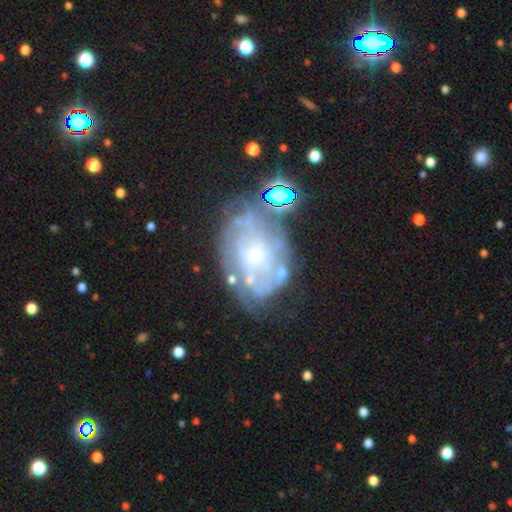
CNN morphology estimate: smooth_or_featured: featured or disk (p=0.74) [alt: smooth p=0.15]
disk_edge_on: no (p=0.96) [alt: yes p=0.04]
bar: no (p=0.73) [alt: weak p=0.21]
has_spiral_arms: yes (p=0.71) [alt: no p=0.29]
spiral_winding: tight (p=0.54) [alt: medium p=0.31]
spiral_arm_count: can't tell (p=0.56) [alt: 2 p=0.17]
bulge_size: small (p=0.66) [alt: moderate p=0.23]
merging: none (p=0.56) [alt: minor disturbance p=0.21]